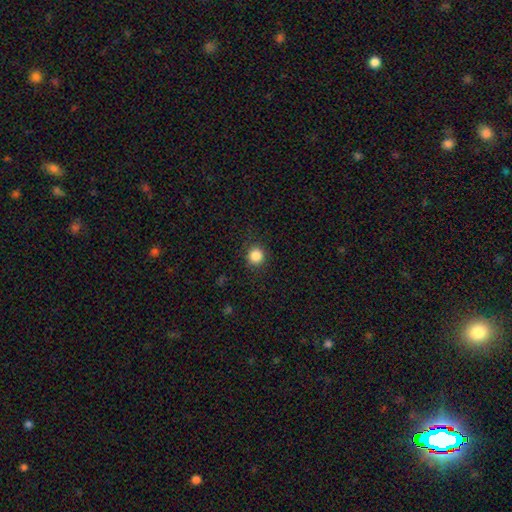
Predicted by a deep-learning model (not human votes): Q: Smooth or featured?
A: smooth (85%); runner-up: star or artifact (11%)
Q: How rounded?
A: round (94%); runner-up: in between (5%)
Q: Merging?
A: none (90%); runner-up: minor disturbance (6%)